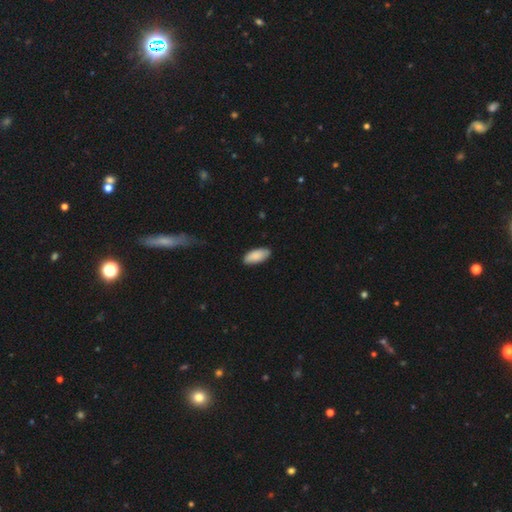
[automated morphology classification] smooth-or-featured: smooth: 89% | star or artifact: 6% | featured or disk: 5%
  how-rounded: in between: 89% | cigar-shaped: 9% | round: 2%
  merging: none: 86% | minor disturbance: 11% | major disturbance: 2% | merger: 1%